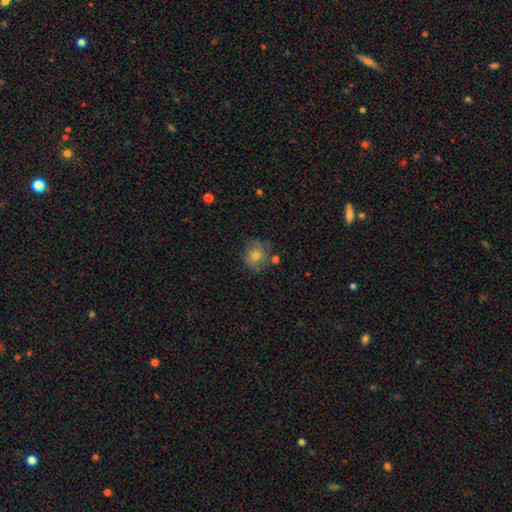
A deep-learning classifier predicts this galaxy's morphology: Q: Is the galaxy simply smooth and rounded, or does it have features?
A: smooth — 68%.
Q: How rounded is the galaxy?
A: round — 85%.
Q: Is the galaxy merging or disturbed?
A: none — 72%.